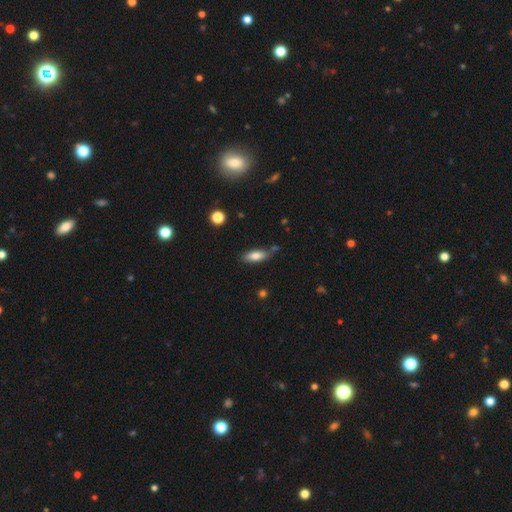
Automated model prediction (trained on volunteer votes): Smooth or featured? Predicted: smooth (p=0.77). How rounded? Predicted: in between (p=0.65). Merging? Predicted: none (p=0.72).